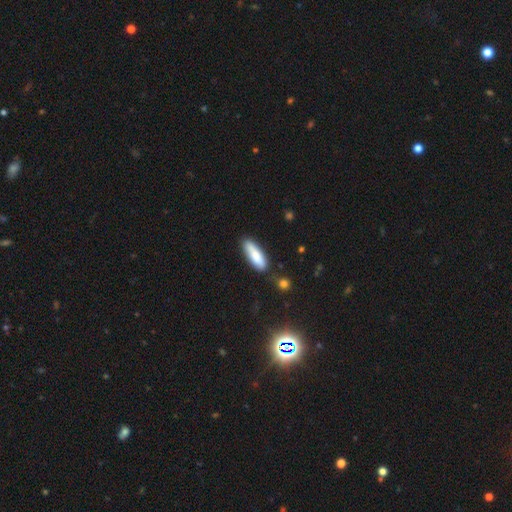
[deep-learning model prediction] A smooth galaxy with no disk features (80%) that is in between round and cigar-shaped (50%). Merging: none (79%).